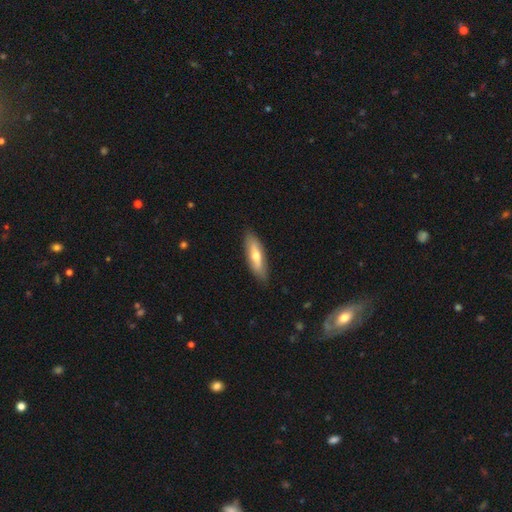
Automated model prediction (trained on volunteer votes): smooth-or-featured: smooth: 54% | featured or disk: 41% | star or artifact: 5%
  how-rounded: cigar-shaped: 52% | in between: 46% | round: 2%
  merging: none: 86% | minor disturbance: 11% | major disturbance: 2% | merger: 1%